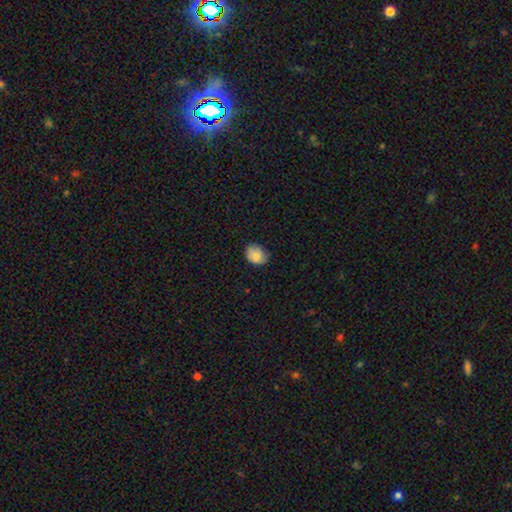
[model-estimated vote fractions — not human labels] This appears to be a smooth galaxy with no disk features (83%) that is round (53%). Merging: none (66%).